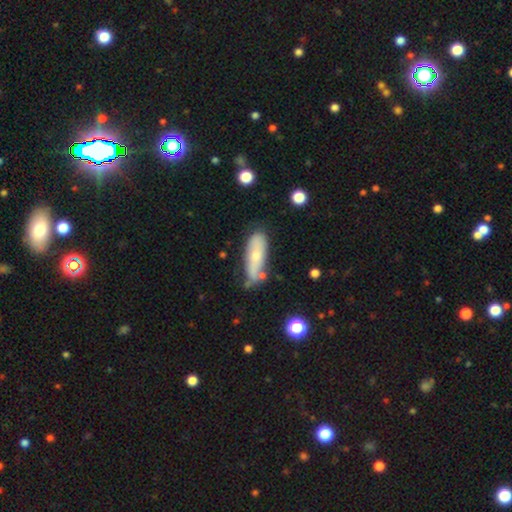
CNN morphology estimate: smooth-or-featured: smooth: 55% | featured or disk: 38% | star or artifact: 7%
  how-rounded: in between: 56% | cigar-shaped: 42% | round: 2%
  merging: none: 58% | minor disturbance: 27% | merger: 8% | major disturbance: 7%